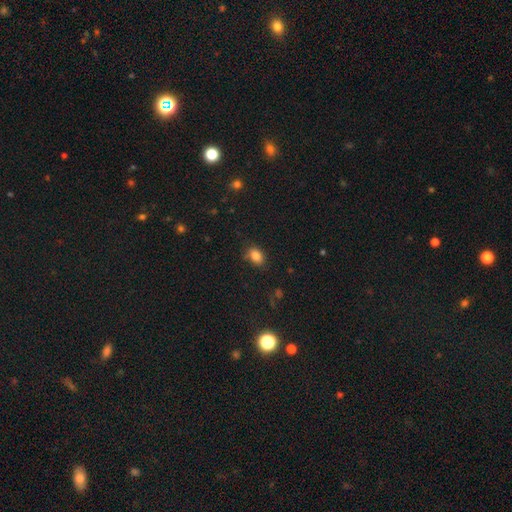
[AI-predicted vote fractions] A smooth galaxy with no disk features (83%) that is in between round and cigar-shaped (76%).

Vote fractions:
- Smooth or featured? smooth: 83% / star or artifact: 11% / featured or disk: 6%
- How rounded? in between: 76% / round: 23% / cigar-shaped: 1%
- Merging? none: 75% / minor disturbance: 19% / major disturbance: 4% / merger: 2%